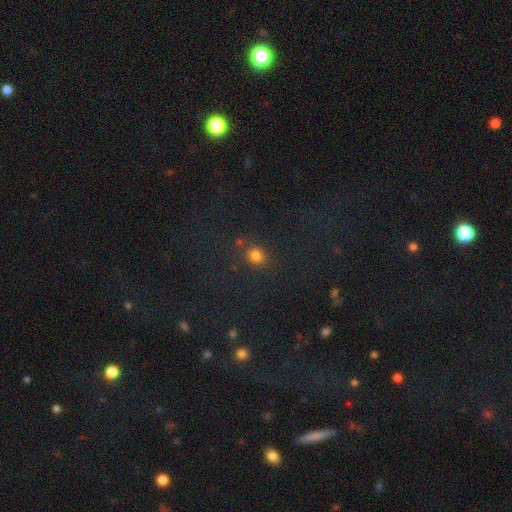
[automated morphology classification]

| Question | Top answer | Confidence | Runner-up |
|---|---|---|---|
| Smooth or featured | smooth | 78% | star or artifact (17%) |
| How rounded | round | 81% | in between (18%) |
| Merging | none | 80% | minor disturbance (10%) |